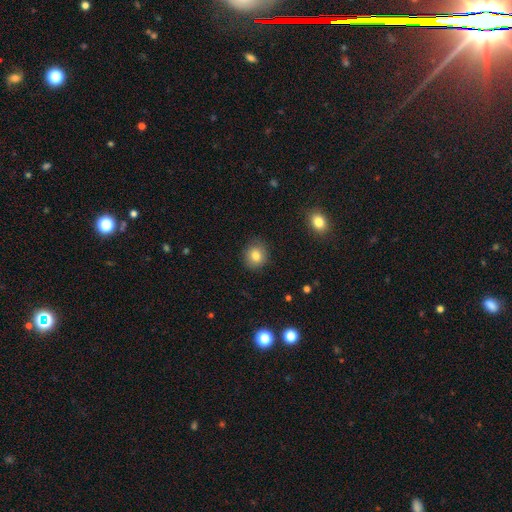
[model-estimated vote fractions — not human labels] Smooth or featured? smooth (81%)
How rounded? round (82%)
Merging? none (85%)